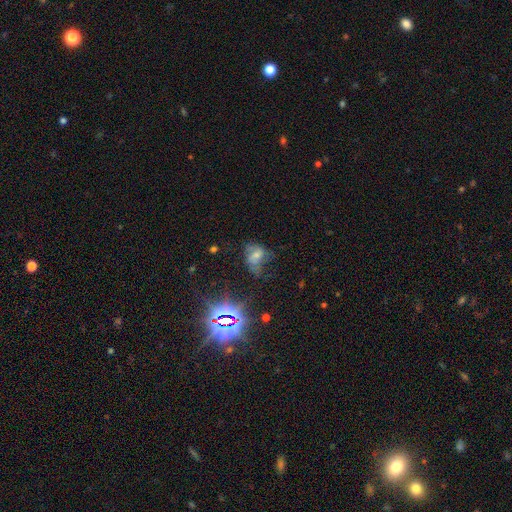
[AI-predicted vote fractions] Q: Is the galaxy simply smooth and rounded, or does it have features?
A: featured or disk — 39%.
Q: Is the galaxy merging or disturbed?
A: major disturbance — 36%.